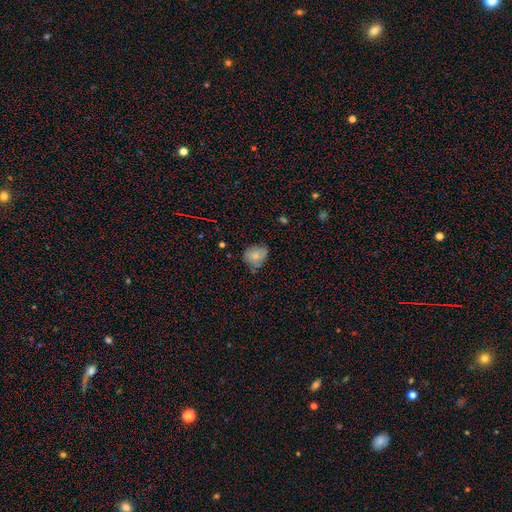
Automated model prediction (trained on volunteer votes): This appears to be a smooth galaxy with no disk features (73%) that is round (50%). Merging: none (58%).